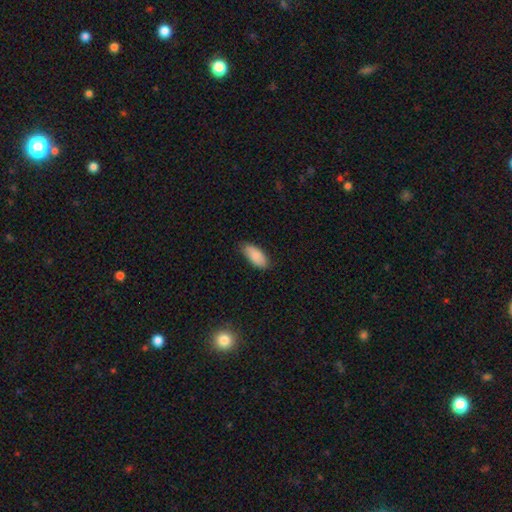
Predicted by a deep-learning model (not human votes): Smooth or featured?
  - smooth: 86% *
  - featured or disk: 8%
  - star or artifact: 6%
How rounded?
  - in between: 89% *
  - cigar-shaped: 9%
  - round: 2%
Merging?
  - none: 78% *
  - minor disturbance: 18%
  - major disturbance: 3%
  - merger: 1%